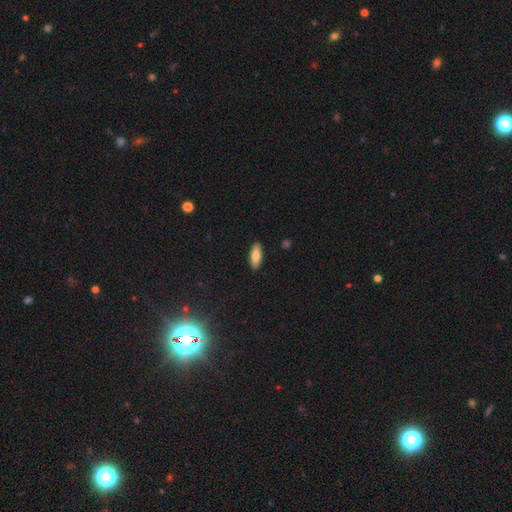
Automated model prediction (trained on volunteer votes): This appears to be a smooth galaxy with no disk features (84%) that is in between round and cigar-shaped (76%). Merging: none (89%).